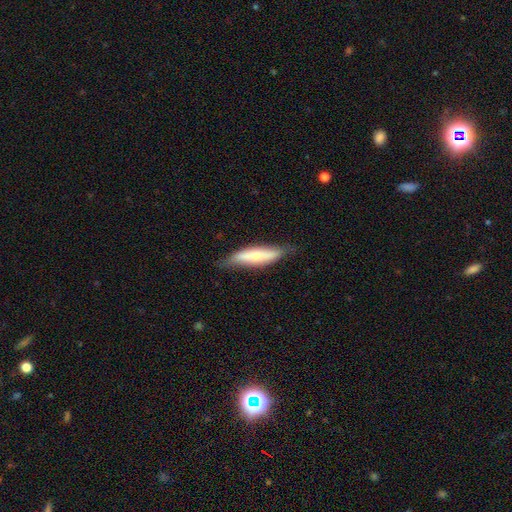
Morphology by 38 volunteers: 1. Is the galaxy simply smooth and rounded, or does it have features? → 53% smooth, 45% featured or disk, 3% star or artifact.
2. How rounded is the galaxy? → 70% cigar-shaped, 30% in between, 0% round.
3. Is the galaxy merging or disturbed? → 65% none, 27% minor disturbance, 8% major disturbance, 0% merger.